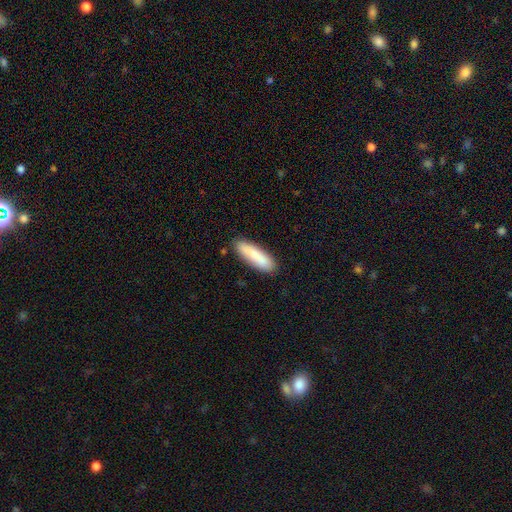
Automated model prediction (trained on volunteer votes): Smooth or featured: smooth — 83% (featured or disk — 12%)
How rounded: cigar-shaped — 65% (in between — 34%)
Merging: none — 85% (minor disturbance — 11%)